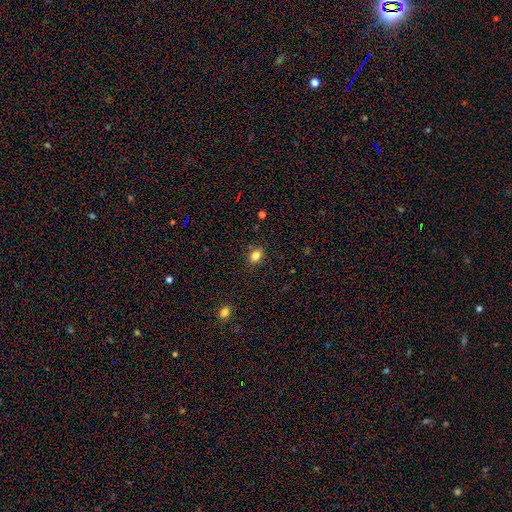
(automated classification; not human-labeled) This is clearly a smooth galaxy (83%). How rounded: likely in between (66%). Merging: clearly none (86%).